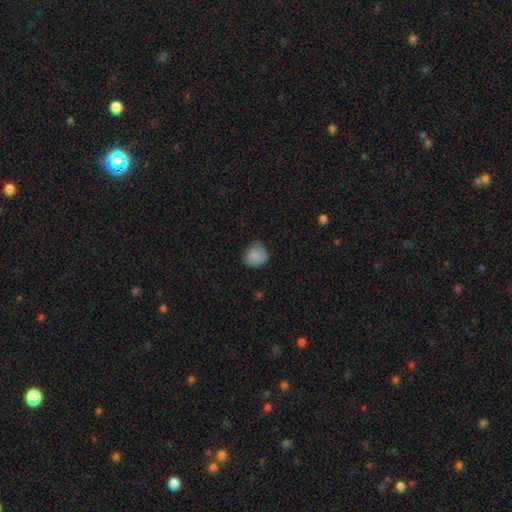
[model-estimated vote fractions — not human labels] Q: Smooth or featured?
A: smooth (84%); runner-up: star or artifact (9%)
Q: How rounded?
A: round (76%); runner-up: in between (24%)
Q: Merging?
A: none (64%); runner-up: minor disturbance (29%)